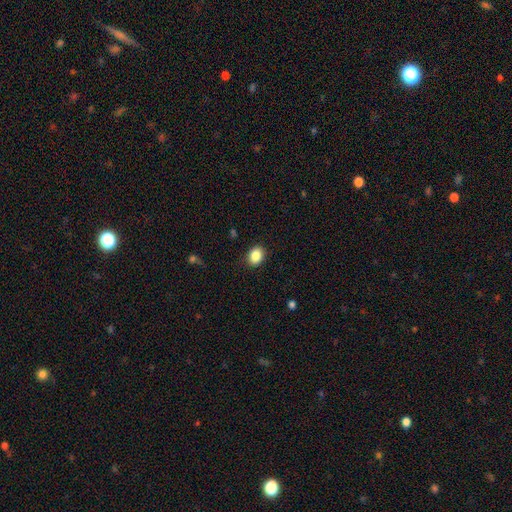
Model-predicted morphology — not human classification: Overall: smooth (87%). How rounded: in between (60%; round 40%). Merging: none (88%).